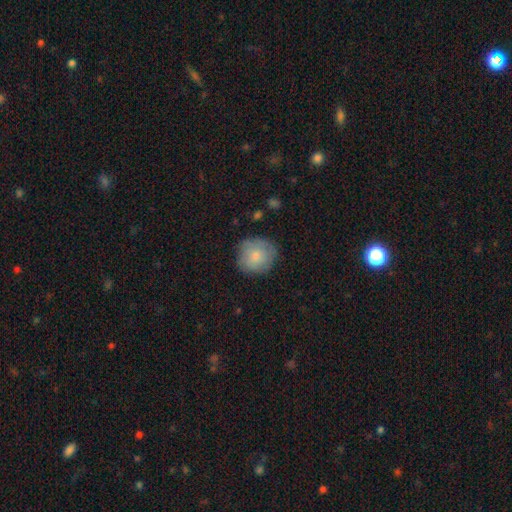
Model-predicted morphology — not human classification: Overall: smooth (77%). How rounded: round (86%). Merging: none (76%).